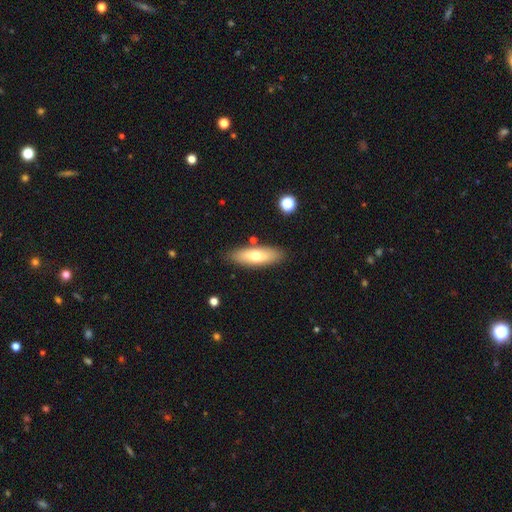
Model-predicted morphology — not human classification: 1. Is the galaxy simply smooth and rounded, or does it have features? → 65% smooth, 29% featured or disk, 6% star or artifact.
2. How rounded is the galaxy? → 61% in between, 37% cigar-shaped, 2% round.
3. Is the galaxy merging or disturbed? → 85% none, 10% minor disturbance, 3% merger, 2% major disturbance.